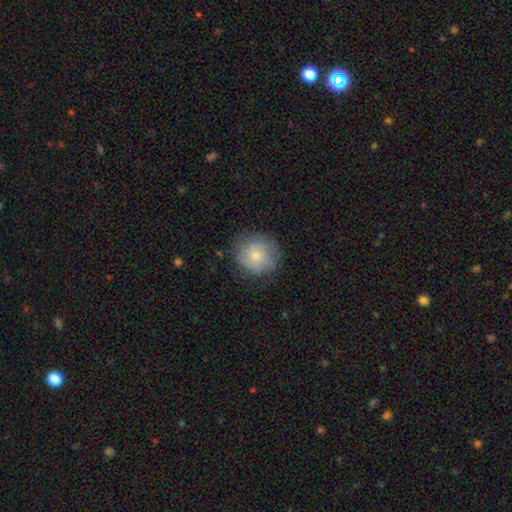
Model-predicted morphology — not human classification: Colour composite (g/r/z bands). It shows a smooth galaxy with no disk features (69%) that is round (91%). Merging: none (78%).